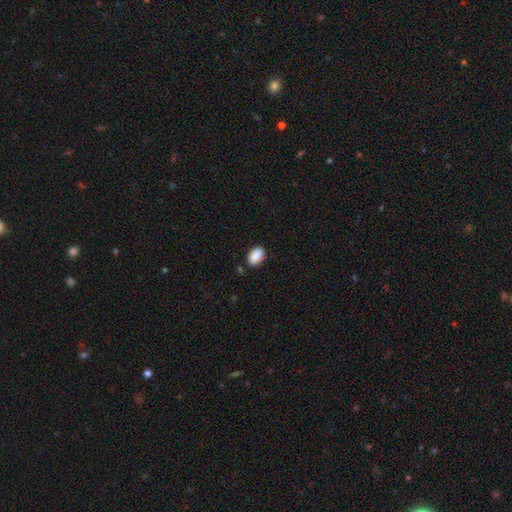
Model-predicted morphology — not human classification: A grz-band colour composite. It shows a smooth galaxy with no disk features (90%) that is in between round and cigar-shaped (93%). Merging: none (83%).